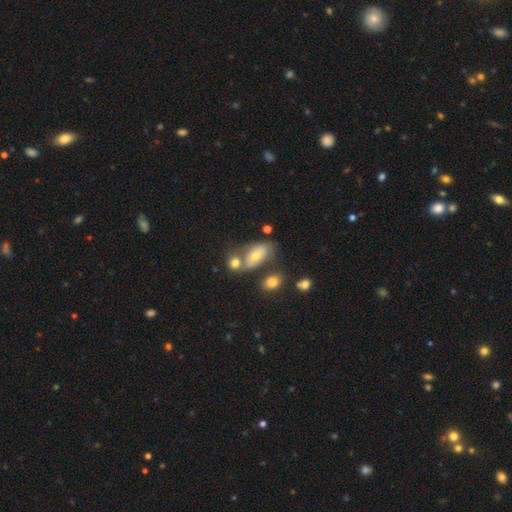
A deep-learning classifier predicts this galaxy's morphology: type=smooth (53%); roundness=in between (86%); merging=none (46%).